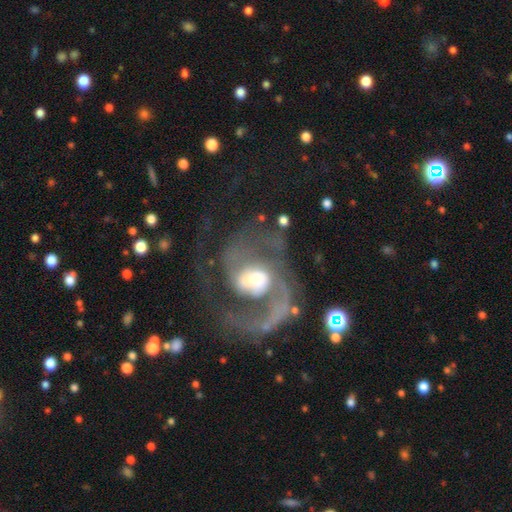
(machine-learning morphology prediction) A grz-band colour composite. It shows a featured or disk galaxy (86%) with a weak bar (43%), 2 (65%) medium (51%) spiral arms (94%) and a moderate central bulge (51%). Merging: none (60%).